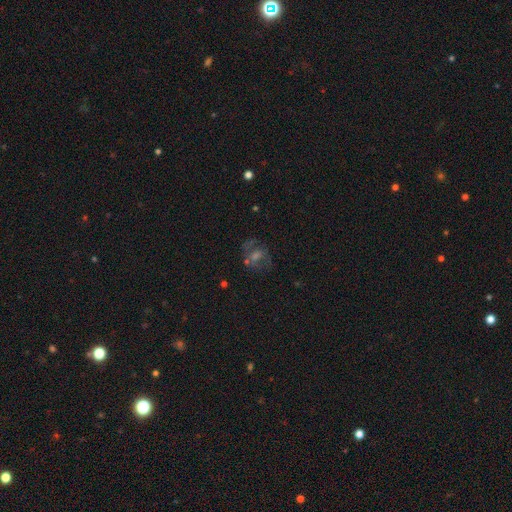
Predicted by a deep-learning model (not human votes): smooth-or-featured: featured or disk: 46% | smooth: 28% | star or artifact: 26%
  merging: none: 63% | minor disturbance: 17% | major disturbance: 14% | merger: 6%